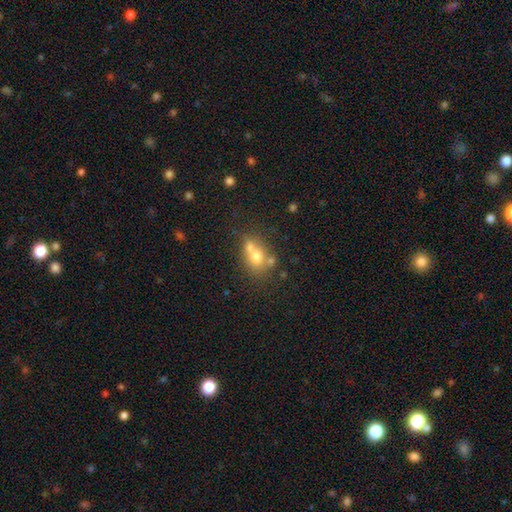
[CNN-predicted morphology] smooth 64%, featured or disk 22%, star or artifact 14%. Down the decision tree: how rounded — round (51%); merging — merger (48%).